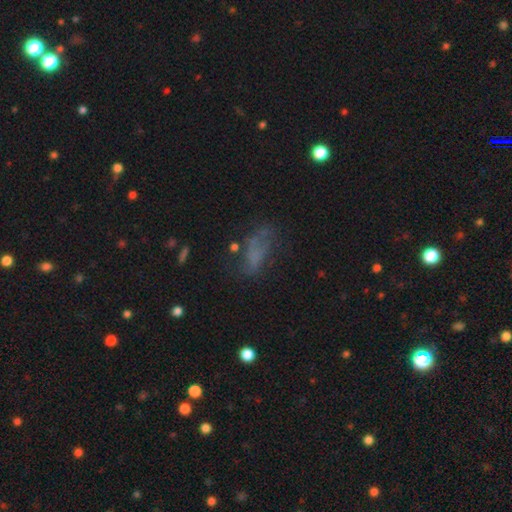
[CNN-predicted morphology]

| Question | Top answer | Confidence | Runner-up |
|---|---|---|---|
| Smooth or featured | smooth | 44% | star or artifact (28%) |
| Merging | none | 50% | minor disturbance (23%) |